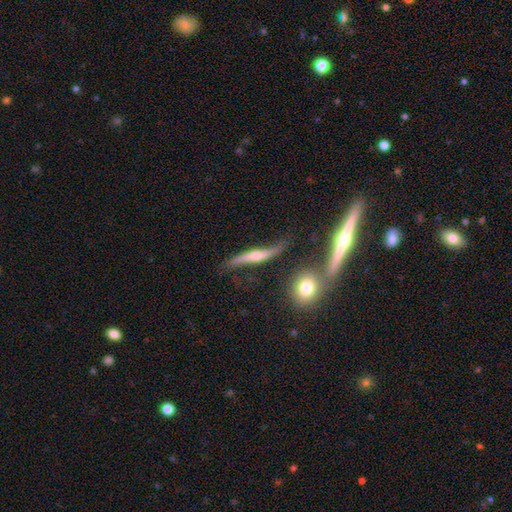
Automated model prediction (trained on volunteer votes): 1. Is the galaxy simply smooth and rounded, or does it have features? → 81% featured or disk, 12% smooth, 7% star or artifact.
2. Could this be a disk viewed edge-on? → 77% yes, 23% no.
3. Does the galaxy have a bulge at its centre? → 87% rounded, 8% none, 5% boxy.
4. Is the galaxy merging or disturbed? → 66% none, 19% minor disturbance, 8% major disturbance, 7% merger.